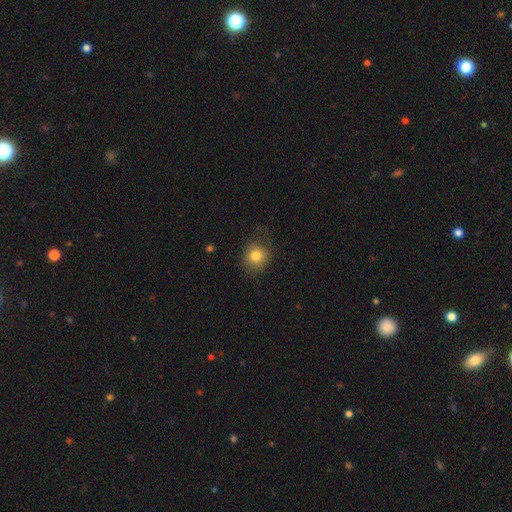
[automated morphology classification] The model was most divided on "merging": none: 67%, minor disturbance: 22%, major disturbance: 10%, merger: 1%. More confident: smooth or featured — smooth (81%); how rounded — round (75%).